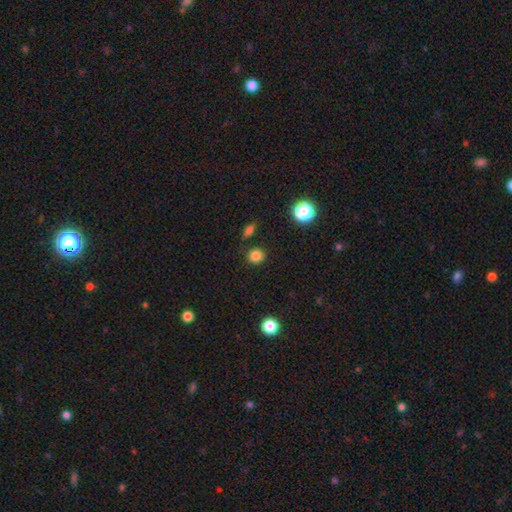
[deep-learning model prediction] Q: Smooth or featured?
A: smooth (83%); runner-up: star or artifact (13%)
Q: How rounded?
A: round (87%); runner-up: in between (12%)
Q: Merging?
A: none (85%); runner-up: minor disturbance (9%)